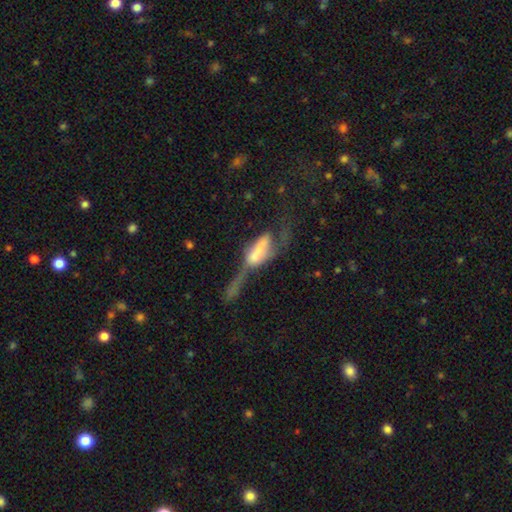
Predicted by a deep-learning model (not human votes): The model was most divided on "edge-on disk": no: 58%, yes: 42%. Remaining: smooth or featured — featured or disk (61%); merging — major disturbance (47%).